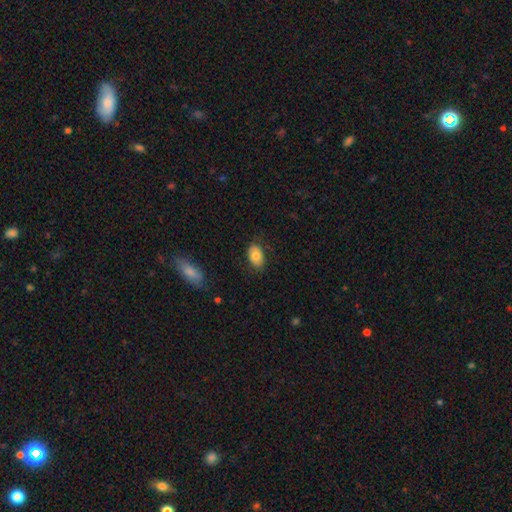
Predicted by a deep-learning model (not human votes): The model was most divided on "merging": none: 78%, minor disturbance: 16%, major disturbance: 4%, merger: 2%. More confident: how rounded — in between (90%); smooth or featured — smooth (79%).